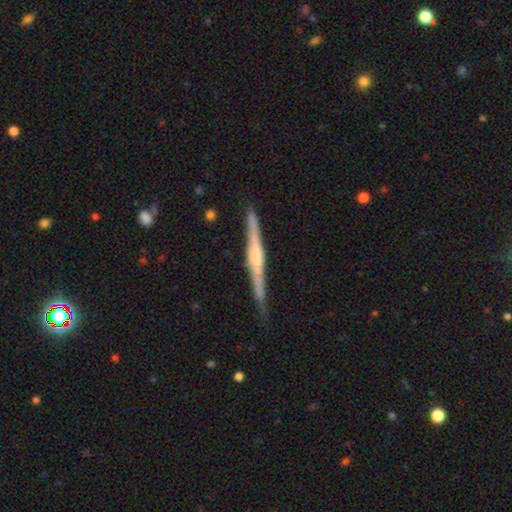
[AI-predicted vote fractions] Smooth or featured? Predicted: featured or disk (p=0.73). Edge-on disk? Predicted: yes (p=0.98). Edge-on bulge? Predicted: rounded (p=0.45). Merging? Predicted: none (p=0.86).